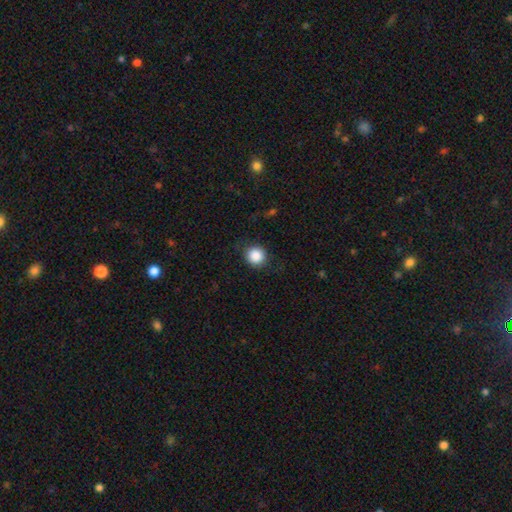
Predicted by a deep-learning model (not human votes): Overall: smooth (87%). How rounded: round (93%). Merging: none (86%).